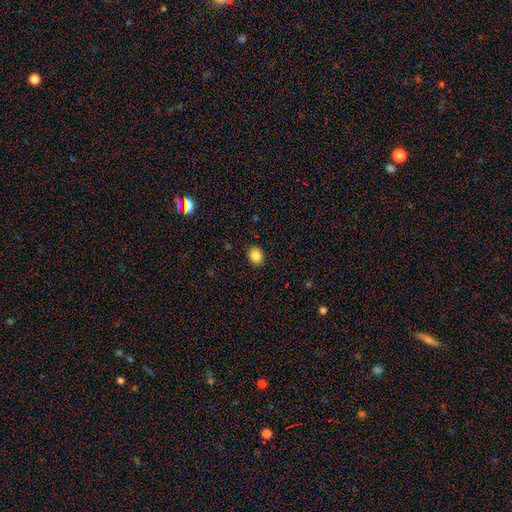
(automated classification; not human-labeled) This is clearly a smooth galaxy (86%). How rounded: likely round (67%). Merging: clearly none (90%).